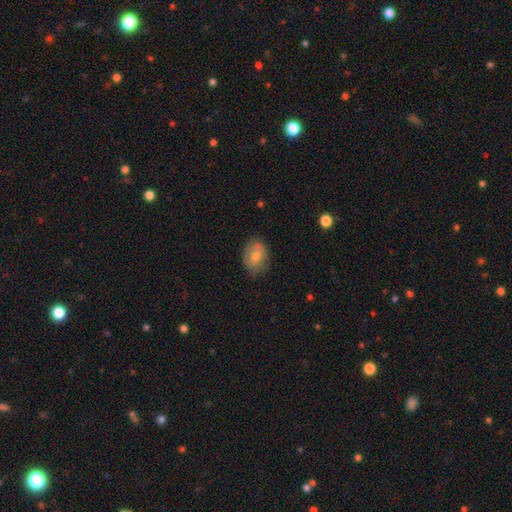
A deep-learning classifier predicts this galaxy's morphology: Overall: smooth (71%). How rounded: in between (71%). Merging: none (73%).